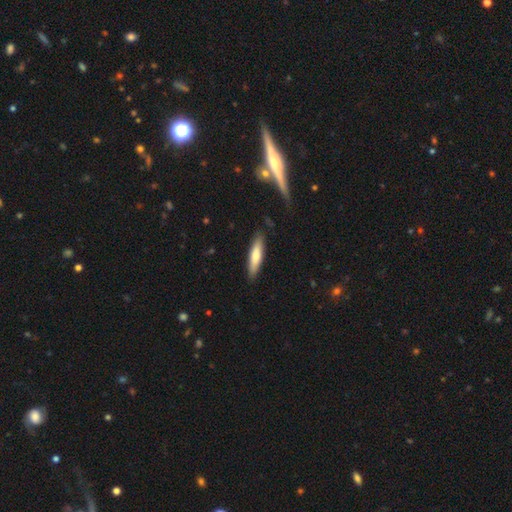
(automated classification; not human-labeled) A smooth galaxy with no disk features (70%) that is cigar-shaped (78%). Merging: none (87%).